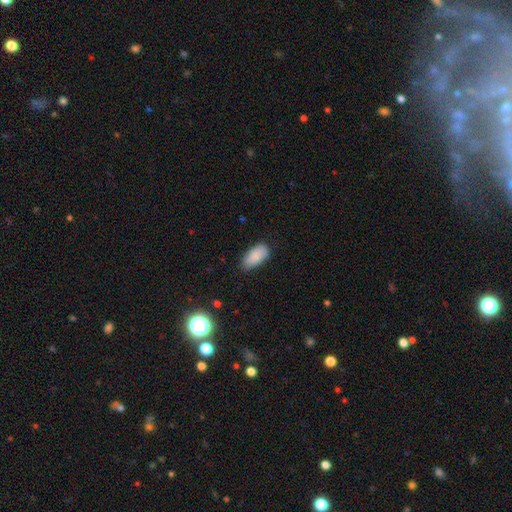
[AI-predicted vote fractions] A smooth galaxy with no disk features (87%) that is in between round and cigar-shaped (93%). Merging: none (73%).